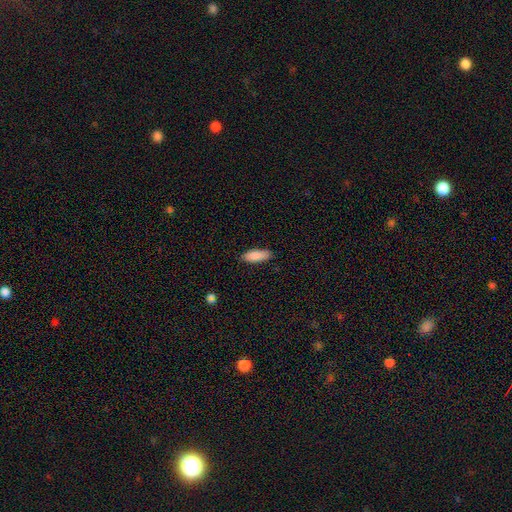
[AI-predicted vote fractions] Q: Smooth or featured?
A: smooth (88%); runner-up: star or artifact (6%)
Q: How rounded?
A: in between (67%); runner-up: cigar-shaped (31%)
Q: Merging?
A: none (84%); runner-up: minor disturbance (12%)